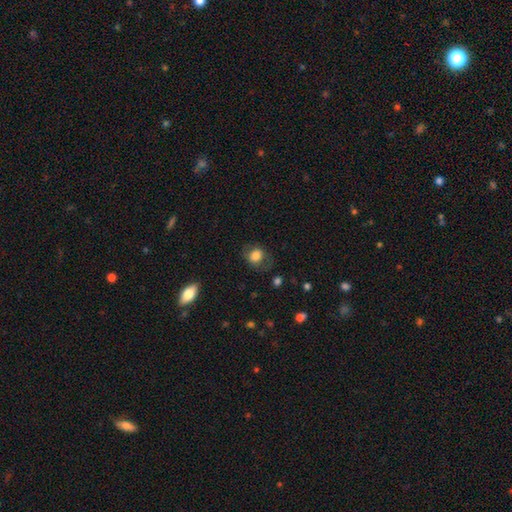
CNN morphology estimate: Smooth or featured? Predicted: smooth (p=0.75). How rounded? Predicted: round (p=0.58). Merging? Predicted: none (p=0.67).